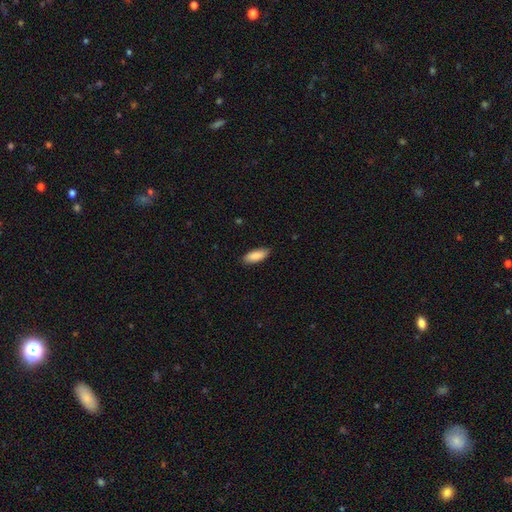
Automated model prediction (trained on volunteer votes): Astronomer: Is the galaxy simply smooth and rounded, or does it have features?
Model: smooth — 89%.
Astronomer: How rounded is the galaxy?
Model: in between — 78%.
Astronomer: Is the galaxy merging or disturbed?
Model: none — 86%.